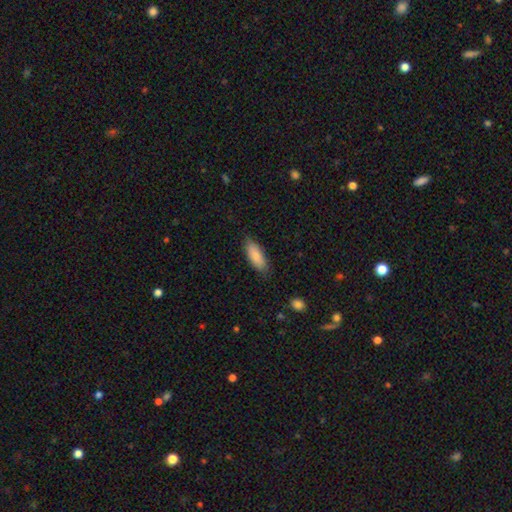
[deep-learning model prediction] A smooth galaxy with no disk features (86%) that is in between round and cigar-shaped (75%). Merging: none (81%).